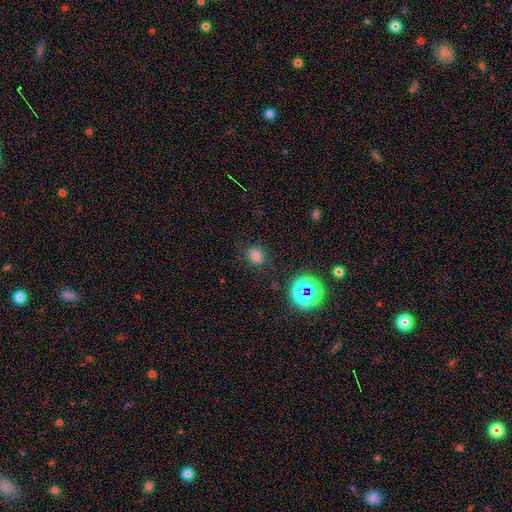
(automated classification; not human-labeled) A smooth galaxy with no disk features (71%) that is round (59%). Merging: none (81%).